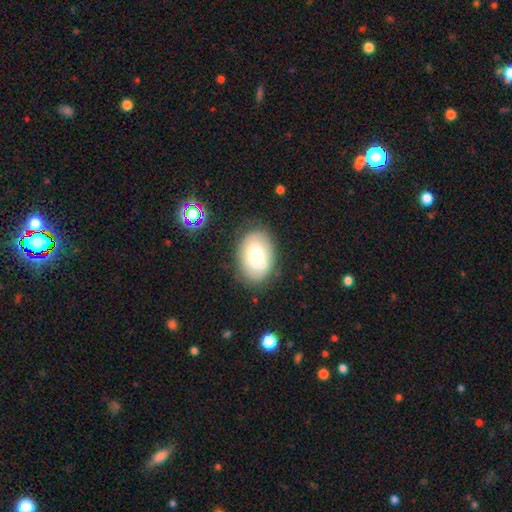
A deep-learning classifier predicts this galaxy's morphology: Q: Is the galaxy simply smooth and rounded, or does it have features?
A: smooth — 62%.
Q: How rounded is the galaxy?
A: in between — 83%.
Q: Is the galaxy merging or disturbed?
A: none — 69%.